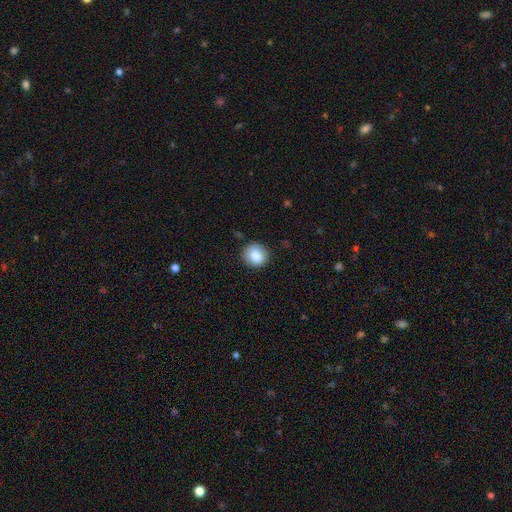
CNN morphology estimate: smooth-or-featured: smooth: 84% | star or artifact: 8% | featured or disk: 8%
  how-rounded: round: 83% | in between: 16% | cigar-shaped: 1%
  merging: none: 85% | minor disturbance: 11% | major disturbance: 3% | merger: 1%